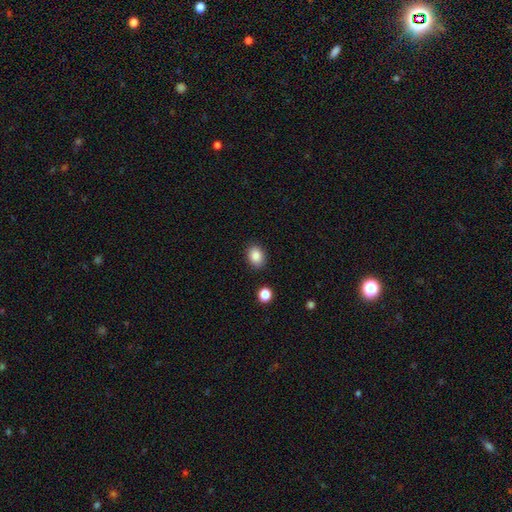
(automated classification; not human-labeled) Smooth or featured? Predicted: smooth (p=0.86). How rounded? Predicted: in between (p=0.61). Merging? Predicted: none (p=0.87).